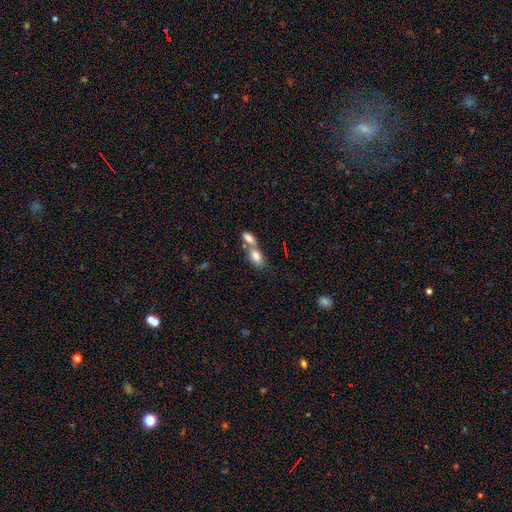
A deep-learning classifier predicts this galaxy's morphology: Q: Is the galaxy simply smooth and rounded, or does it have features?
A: smooth — 78%.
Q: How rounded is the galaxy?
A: in between — 86%.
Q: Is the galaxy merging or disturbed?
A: merger — 63%.